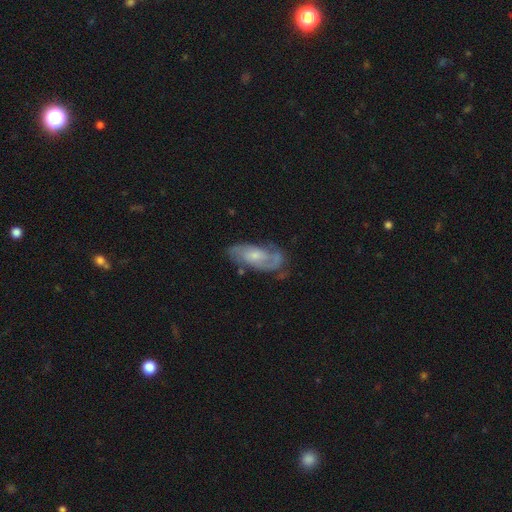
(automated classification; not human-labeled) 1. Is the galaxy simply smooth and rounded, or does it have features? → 76% featured or disk, 18% smooth, 6% star or artifact.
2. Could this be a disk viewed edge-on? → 93% no, 7% yes.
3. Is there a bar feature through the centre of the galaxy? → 62% no, 32% weak, 6% strong.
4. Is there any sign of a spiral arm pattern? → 91% yes, 9% no.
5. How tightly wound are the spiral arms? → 44% medium, 38% tight, 18% loose.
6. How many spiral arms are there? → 66% 2, 17% can't tell, 10% 1, 4% 3, 2% 4, 2% more than 4.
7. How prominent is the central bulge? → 56% small, 35% moderate, 5% none, 3% large, 1% dominant.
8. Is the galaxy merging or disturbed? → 64% none, 22% minor disturbance, 11% major disturbance, 3% merger.